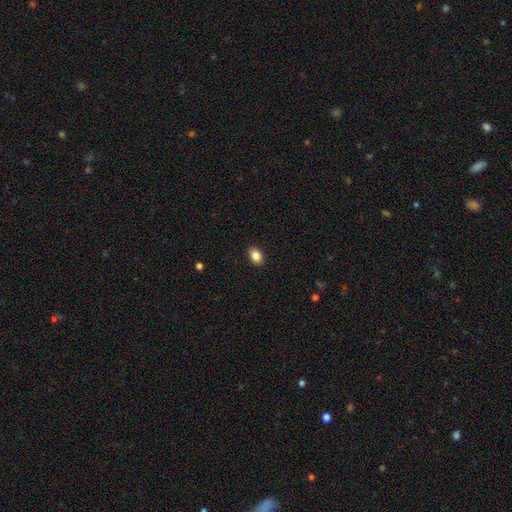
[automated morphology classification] Overall: smooth (86%). How rounded: in between (78%). Merging: none (90%).